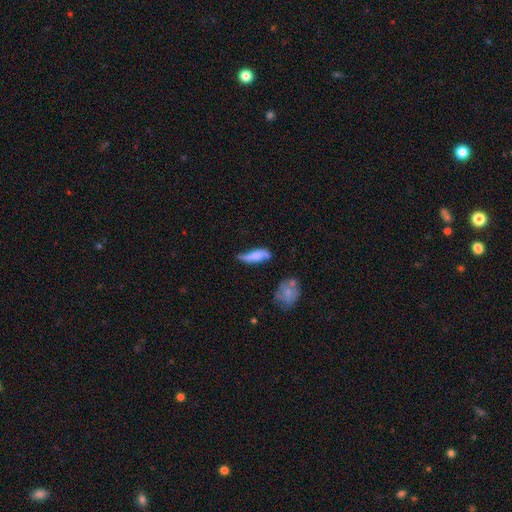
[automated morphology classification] Smooth or featured?
  - smooth: 53% *
  - featured or disk: 39%
  - star or artifact: 8%
How rounded?
  - in between: 49% *
  - cigar-shaped: 48%
  - round: 3%
Merging?
  - minor disturbance: 36% * (tied)
  - none: 36% * (tied)
  - major disturbance: 21%
  - merger: 8%